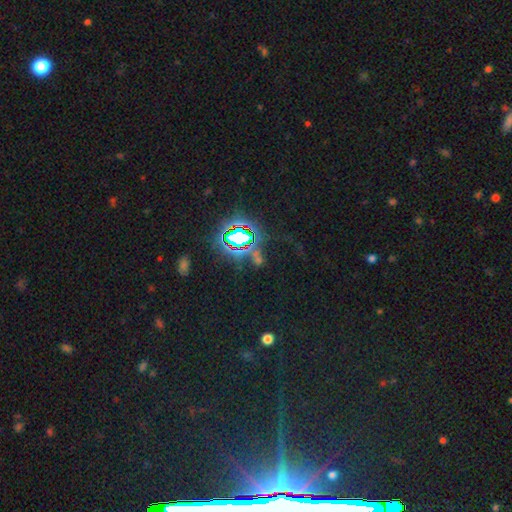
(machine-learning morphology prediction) Smooth or featured: star or artifact — 75% (smooth — 16%)